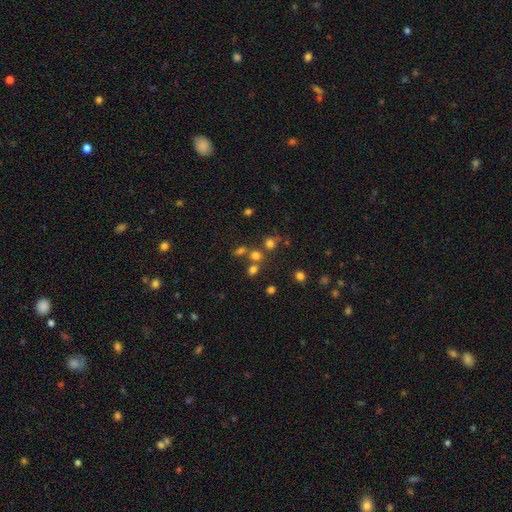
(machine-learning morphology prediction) Q: Smooth or featured?
A: smooth (65%); runner-up: star or artifact (26%)
Q: How rounded?
A: round (77%); runner-up: in between (22%)
Q: Merging?
A: none (60%); runner-up: merger (27%)